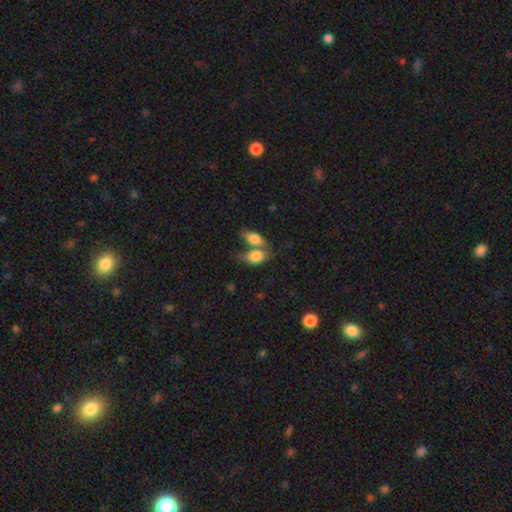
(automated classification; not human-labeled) The model was most divided on "merging": merger: 54%, none: 29%, minor disturbance: 11%, major disturbance: 6%. More confident: how rounded — in between (84%); smooth or featured — smooth (81%).